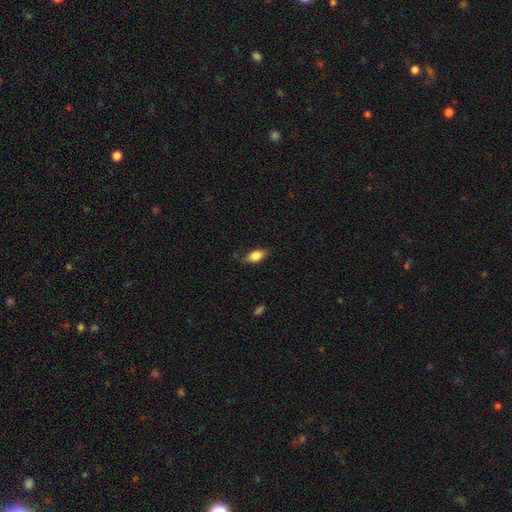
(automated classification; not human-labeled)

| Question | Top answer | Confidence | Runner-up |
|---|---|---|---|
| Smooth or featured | smooth | 81% | featured or disk (12%) |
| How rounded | in between | 86% | round (8%) |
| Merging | none | 76% | minor disturbance (19%) |